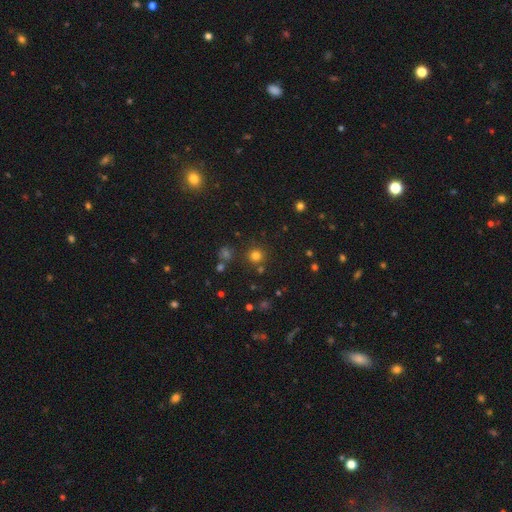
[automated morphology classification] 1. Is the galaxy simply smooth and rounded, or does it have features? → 75% smooth, 19% star or artifact, 6% featured or disk.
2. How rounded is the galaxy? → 93% round, 6% in between, 1% cigar-shaped.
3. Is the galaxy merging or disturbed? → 83% none, 8% minor disturbance, 6% merger, 3% major disturbance.